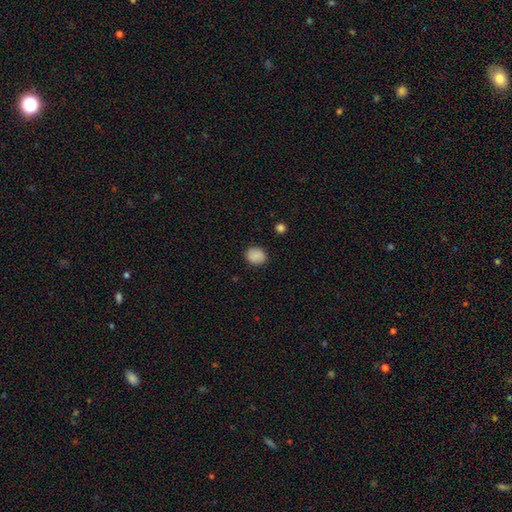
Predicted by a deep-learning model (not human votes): Q: Smooth or featured?
A: smooth (88%); runner-up: star or artifact (9%)
Q: How rounded?
A: round (68%); runner-up: in between (31%)
Q: Merging?
A: none (87%); runner-up: minor disturbance (9%)